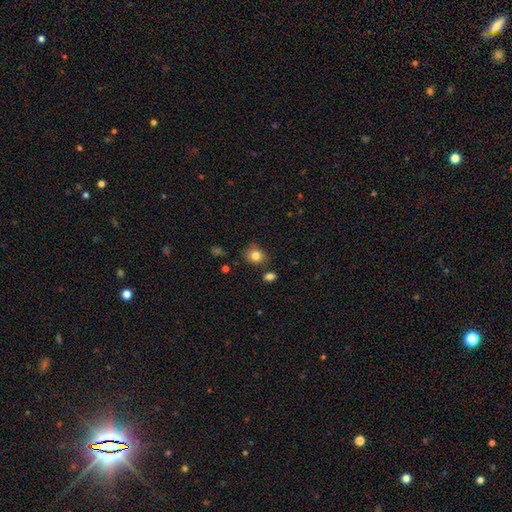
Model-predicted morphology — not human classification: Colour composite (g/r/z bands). It shows a smooth galaxy with no disk features (82%) that is round (72%). Merging: none (78%).